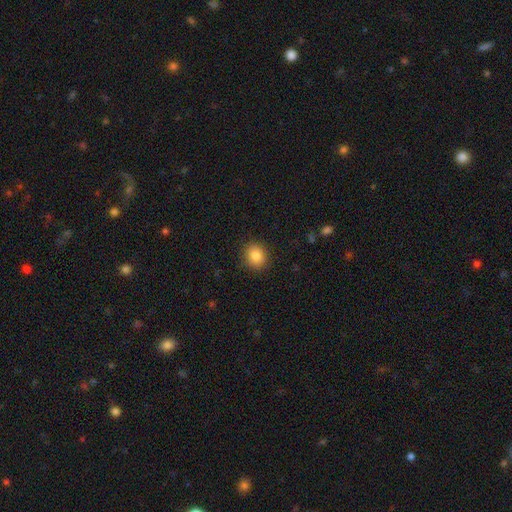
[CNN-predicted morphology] smooth_or_featured: smooth (p=0.85) [alt: star or artifact p=0.10]
how_rounded: round (p=0.76) [alt: in between p=0.23]
merging: none (p=0.89) [alt: minor disturbance p=0.08]